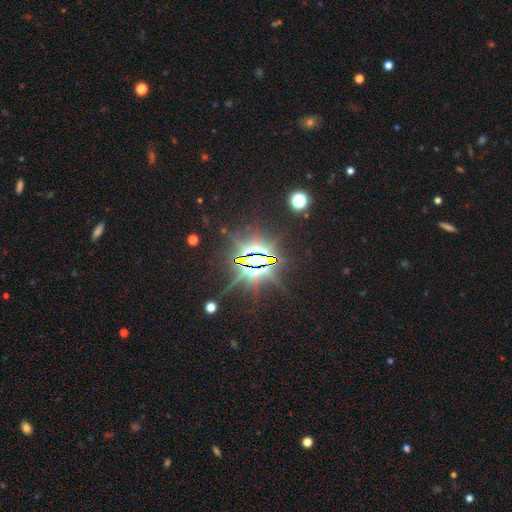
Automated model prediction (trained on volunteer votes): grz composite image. It shows a star or artifact, not a galaxy (84%).